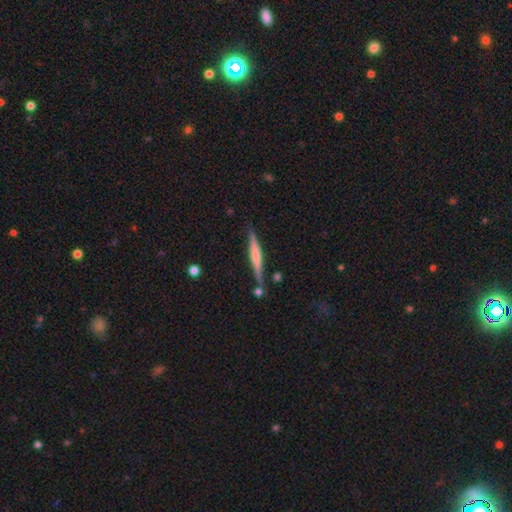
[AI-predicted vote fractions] smooth-or-featured: featured or disk: 55% | smooth: 39% | star or artifact: 6%
  disk-edge-on: yes: 97% | no: 3%
    edge-on-bulge: rounded: 43% | none: 34% | boxy: 23%
  merging: none: 81% | minor disturbance: 11% | merger: 5% | major disturbance: 2%